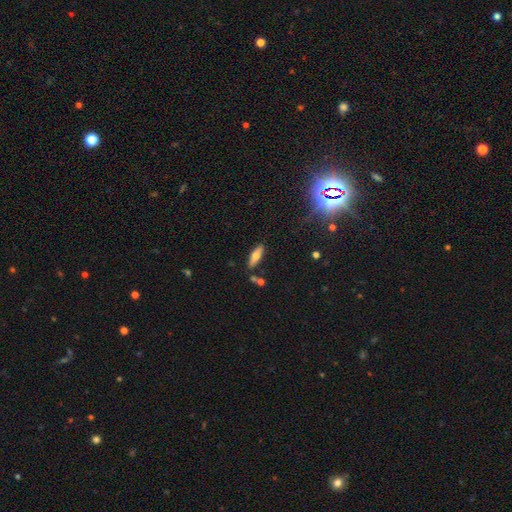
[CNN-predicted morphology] This is possibly a smooth galaxy (54%). How rounded: possibly cigar-shaped (55%). Merging: clearly none (82%).